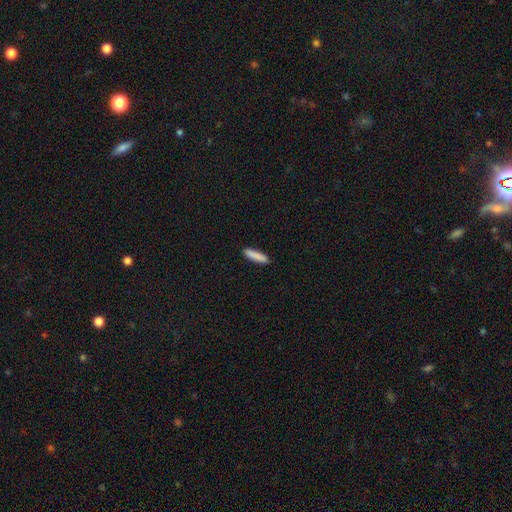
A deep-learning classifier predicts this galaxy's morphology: Q: Smooth or featured?
A: smooth (88%); runner-up: featured or disk (6%)
Q: How rounded?
A: cigar-shaped (82%); runner-up: in between (17%)
Q: Merging?
A: none (91%); runner-up: minor disturbance (7%)